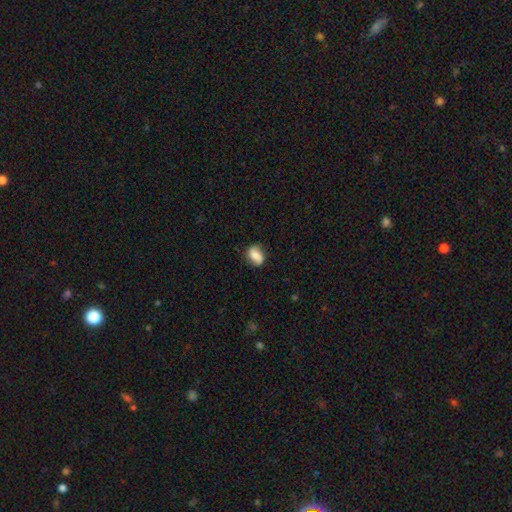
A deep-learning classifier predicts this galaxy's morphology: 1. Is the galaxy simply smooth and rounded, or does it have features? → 69% smooth, 22% featured or disk, 9% star or artifact.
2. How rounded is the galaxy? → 74% in between, 23% round, 3% cigar-shaped.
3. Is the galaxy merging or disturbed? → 75% none, 19% minor disturbance, 5% major disturbance, 2% merger.